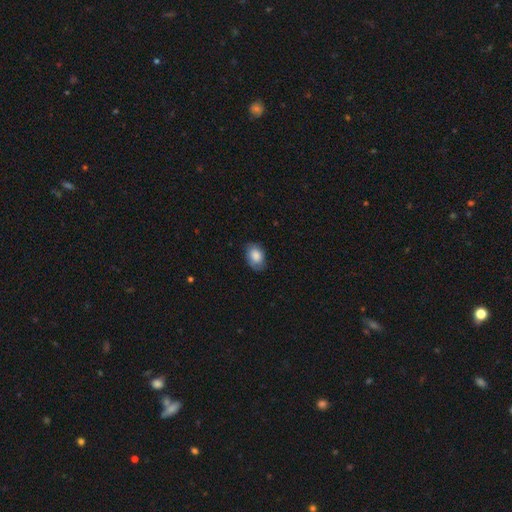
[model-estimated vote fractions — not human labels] Smooth or featured? smooth (82%)
How rounded? in between (83%)
Merging? none (75%)